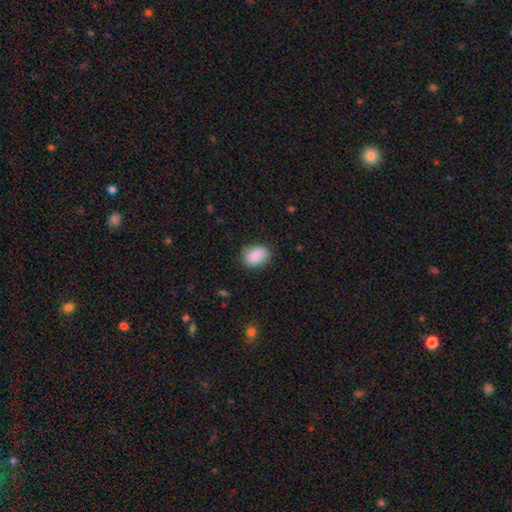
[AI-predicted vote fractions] smooth 89%, star or artifact 7%, featured or disk 4%. Down the decision tree: how rounded — in between (73%); merging — none (81%).